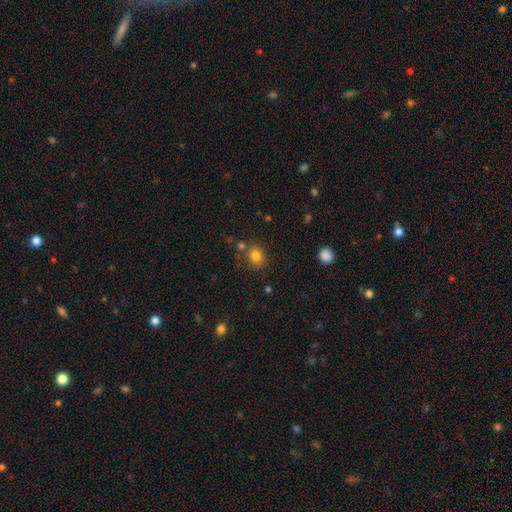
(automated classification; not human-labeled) Smooth or featured?
  - smooth: 81% *
  - star or artifact: 13%
  - featured or disk: 6%
How rounded?
  - round: 67% *
  - in between: 32%
  - cigar-shaped: 1%
Merging?
  - none: 77% *
  - minor disturbance: 11%
  - merger: 9%
  - major disturbance: 4%